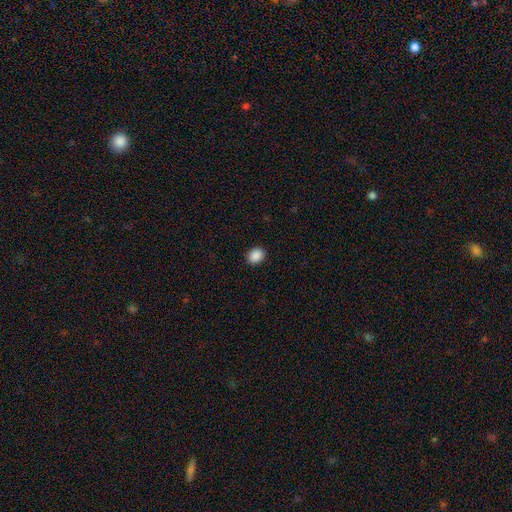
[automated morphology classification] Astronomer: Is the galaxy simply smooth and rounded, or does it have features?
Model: smooth — 89%.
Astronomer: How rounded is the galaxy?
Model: round — 51% (runner-up: in between, 48%).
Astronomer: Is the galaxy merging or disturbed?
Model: none — 91%.